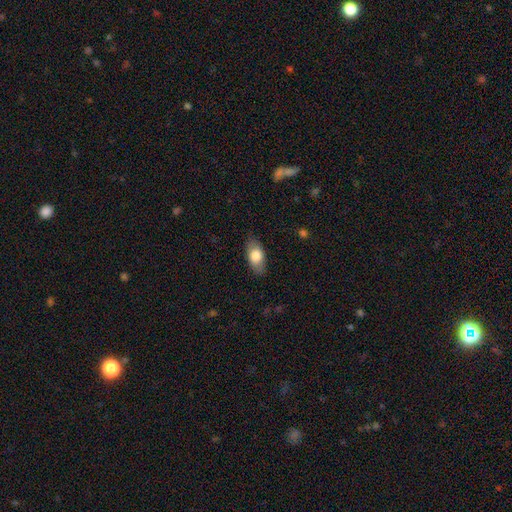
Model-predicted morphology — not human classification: This is likely a smooth galaxy (76%). How rounded: clearly in between (90%). Merging: clearly none (84%).